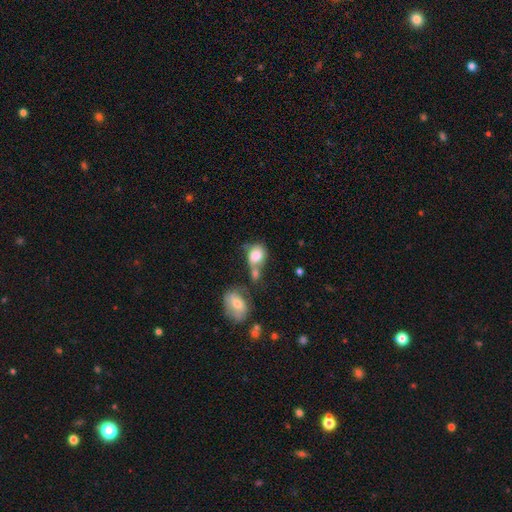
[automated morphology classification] Smooth or featured?
  - smooth: 72% *
  - featured or disk: 19%
  - star or artifact: 9%
How rounded?
  - in between: 57% *
  - round: 42%
  - cigar-shaped: 2%
Merging?
  - merger: 47% *
  - none: 22%
  - minor disturbance: 16%
  - major disturbance: 15%